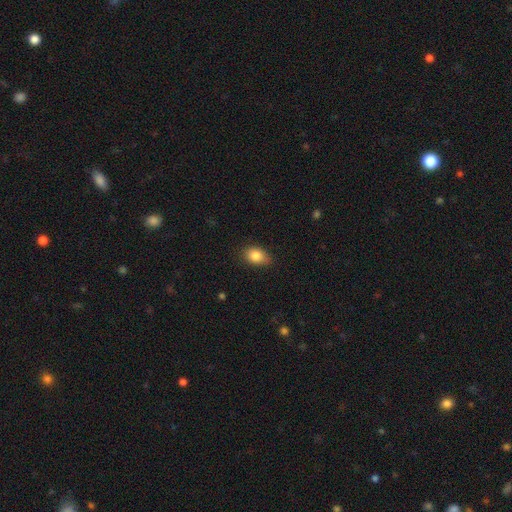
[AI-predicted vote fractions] Morphology: type=smooth (84%); roundness=in between (79%); merging=none (77%).